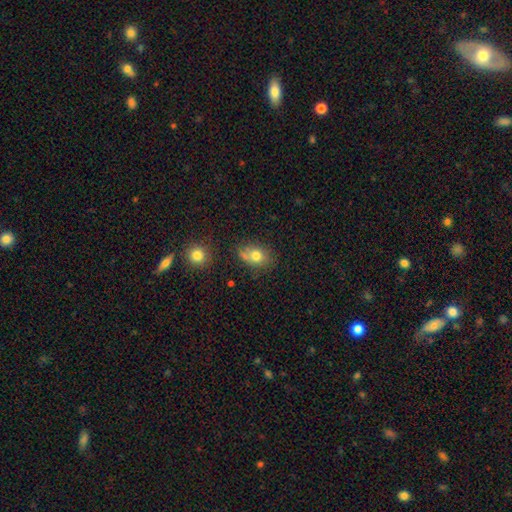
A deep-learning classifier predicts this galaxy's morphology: Overall: smooth (75%). How rounded: in between (60%; round 39%). Merging: none (56%; minor disturbance 23%).